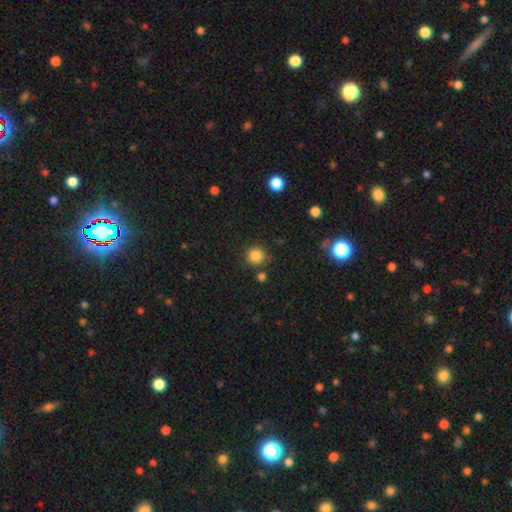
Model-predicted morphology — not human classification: This appears to be a smooth galaxy with no disk features (84%) that is round (92%). Merging: none (81%).